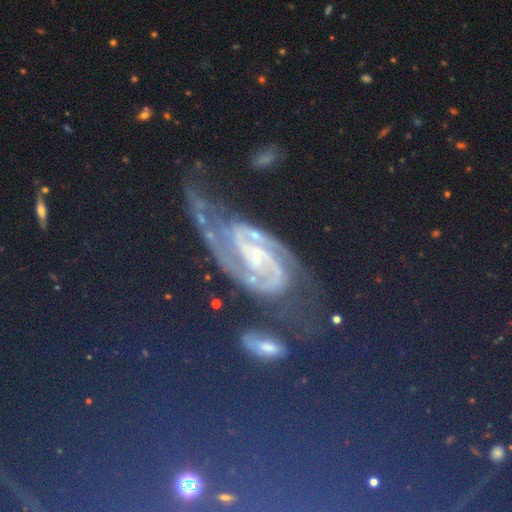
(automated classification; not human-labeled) Smooth or featured: featured or disk — 60% (star or artifact — 25%)
Edge-on disk: no — 92% (yes — 8%)
Bar: weak — 40% (no — 39%)
Spiral arms: yes — 92% (no — 8%)
Spiral winding: medium — 44% (tight — 38%)
Spiral arm count: 2 — 86% (can't tell — 4%)
Bulge size: small — 61% (moderate — 24%)
Merging: none — 52% (minor disturbance — 23%)